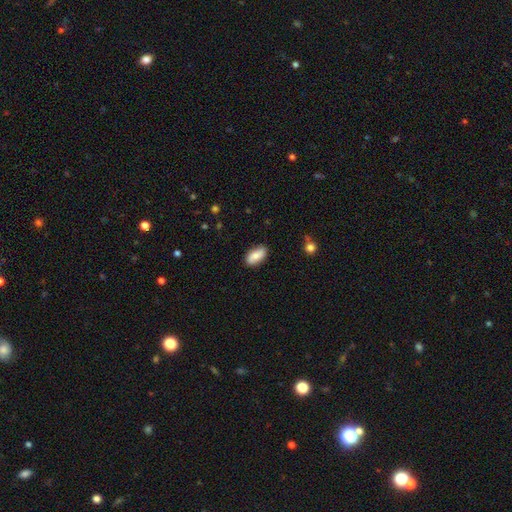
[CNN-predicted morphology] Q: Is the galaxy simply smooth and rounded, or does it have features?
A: smooth — 83%.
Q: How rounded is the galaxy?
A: in between — 91%.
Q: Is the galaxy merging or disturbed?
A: none — 85%.